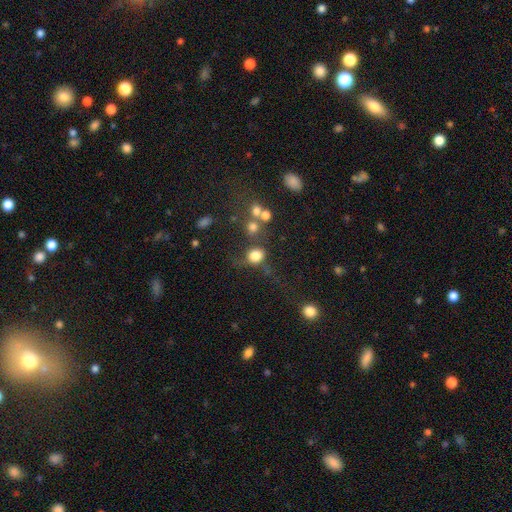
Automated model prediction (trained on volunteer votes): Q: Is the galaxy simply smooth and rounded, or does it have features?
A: smooth — 78%.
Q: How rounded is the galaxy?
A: round — 73%.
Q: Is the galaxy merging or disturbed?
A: none — 46%.